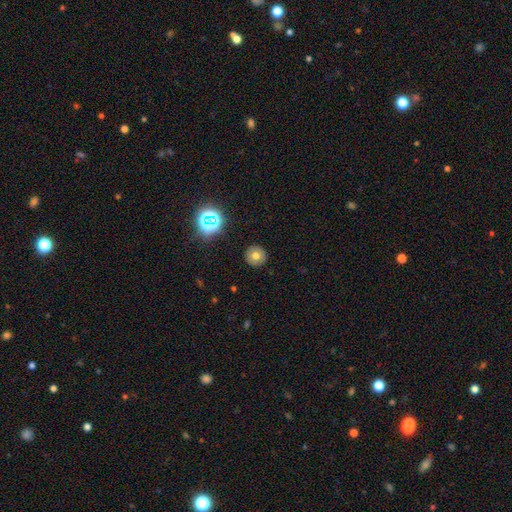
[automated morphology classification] Smooth or featured: smooth — 68% (featured or disk — 17%)
How rounded: round — 95% (in between — 4%)
Merging: none — 91% (minor disturbance — 6%)